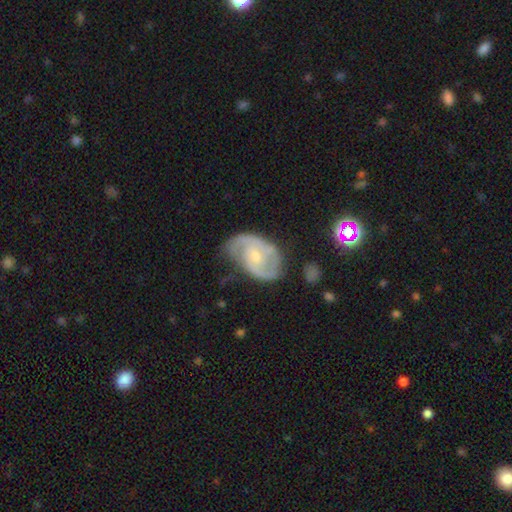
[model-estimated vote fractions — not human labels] Smooth or featured? Predicted: featured or disk (p=0.82). Edge-on disk? Predicted: no (p=0.97). Bar? Predicted: no (p=0.56). Spiral arms? Predicted: yes (p=0.93). Spiral winding? Predicted: medium (p=0.47). Spiral arm count? Predicted: 2 (p=0.73). Bulge size? Predicted: small (p=0.54). Merging? Predicted: none (p=0.58).